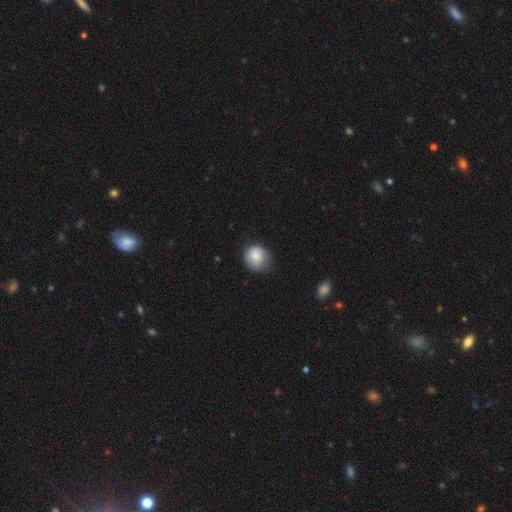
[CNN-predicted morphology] This appears to be a smooth galaxy with no disk features (82%) that is round (84%). Merging: none (64%).